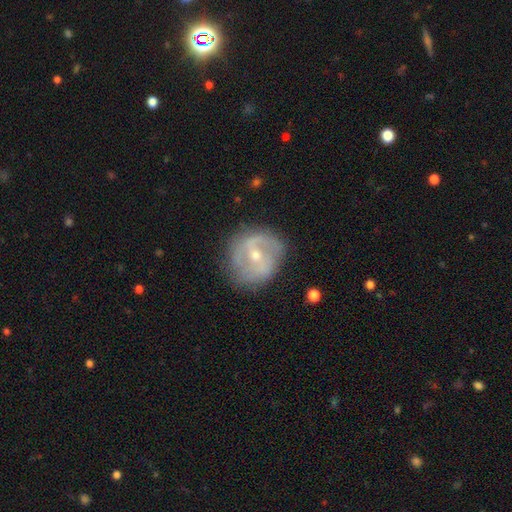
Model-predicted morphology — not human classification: featured or disk 73%, smooth 20%, star or artifact 7%. Down the decision tree: edge-on disk — no (97%); bar — weak (47%); spiral arms — yes (77%); spiral arm count — 2 (63%); spiral winding — medium (43%); bulge size — moderate (50%); merging — none (74%).